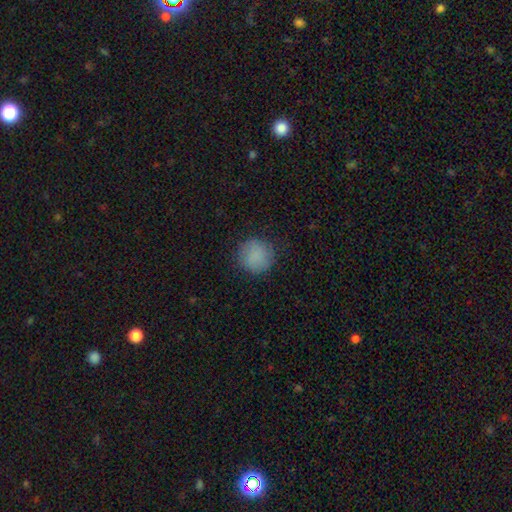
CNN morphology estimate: A smooth galaxy with no disk features (87%) that is round (93%). Merging: none (84%).